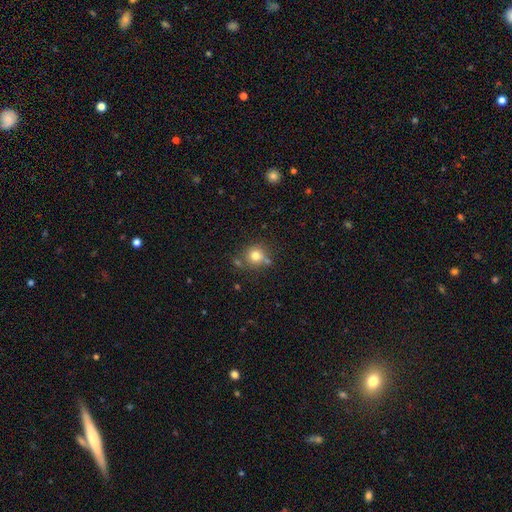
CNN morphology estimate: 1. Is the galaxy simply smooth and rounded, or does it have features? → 77% smooth, 13% star or artifact, 10% featured or disk.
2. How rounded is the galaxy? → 88% round, 11% in between, 1% cigar-shaped.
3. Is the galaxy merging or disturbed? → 67% none, 15% merger, 14% minor disturbance, 4% major disturbance.